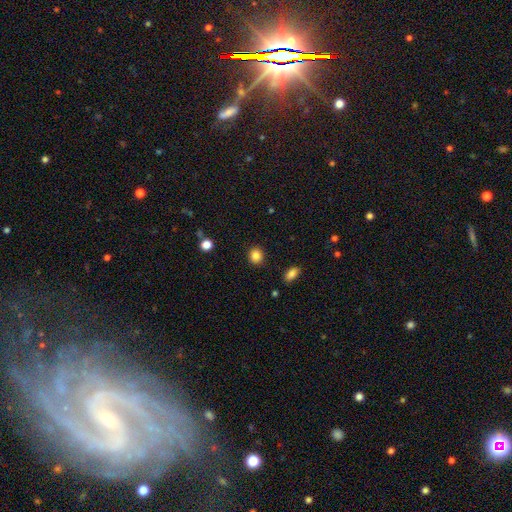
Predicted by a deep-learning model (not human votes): This is clearly a smooth galaxy (85%). How rounded: likely round (80%). Merging: clearly none (90%).